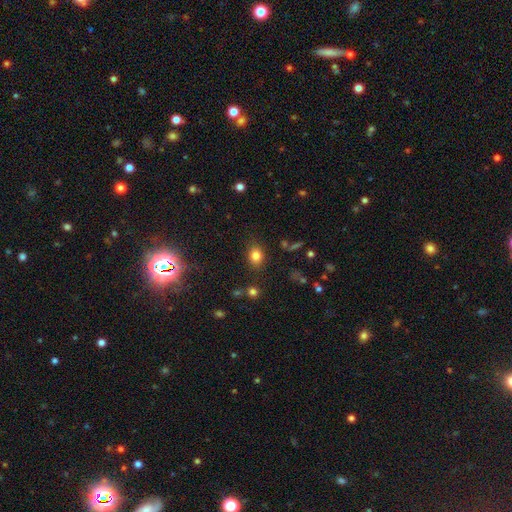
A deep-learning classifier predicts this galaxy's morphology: A smooth galaxy with no disk features (80%) that is in between round and cigar-shaped (54%).

Vote fractions:
- Smooth or featured? smooth: 80% / star or artifact: 13% / featured or disk: 7%
- How rounded? in between: 54% / round: 45% / cigar-shaped: 1%
- Merging? none: 83% / minor disturbance: 11% / major disturbance: 3% / merger: 3%